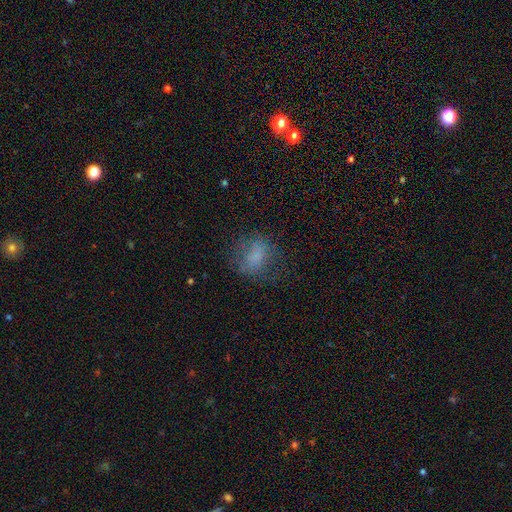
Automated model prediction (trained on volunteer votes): A smooth galaxy with no disk features (67%) that is in between round and cigar-shaped (51%).

Vote fractions:
- Smooth or featured? smooth: 67% / featured or disk: 18% / star or artifact: 15%
- How rounded? in between: 51% / round: 47% / cigar-shaped: 2%
- Merging? none: 62% / minor disturbance: 20% / major disturbance: 17% / merger: 2%